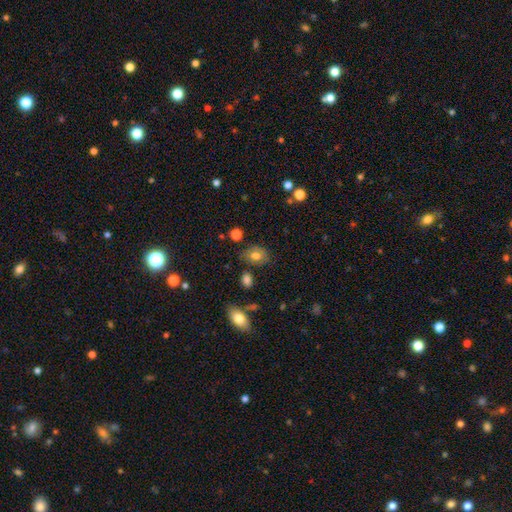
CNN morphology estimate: smooth 73%, featured or disk 17%, star or artifact 10%. Down the decision tree: how rounded — in between (73%); merging — none (74%).